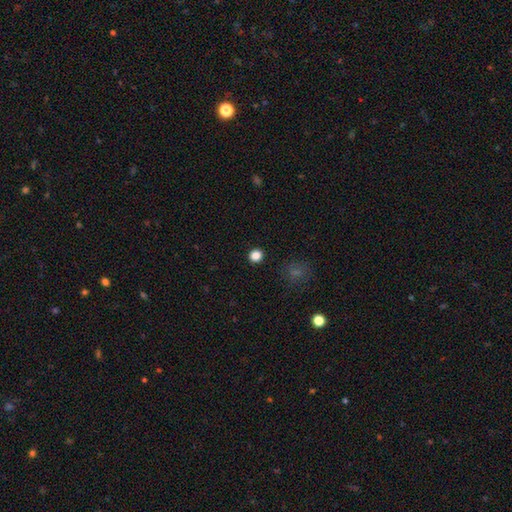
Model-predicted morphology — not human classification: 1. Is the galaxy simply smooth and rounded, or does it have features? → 84% smooth, 13% star or artifact, 3% featured or disk.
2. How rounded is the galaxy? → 92% round, 7% in between, 1% cigar-shaped.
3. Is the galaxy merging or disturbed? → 92% none, 5% minor disturbance, 2% major disturbance, 1% merger.